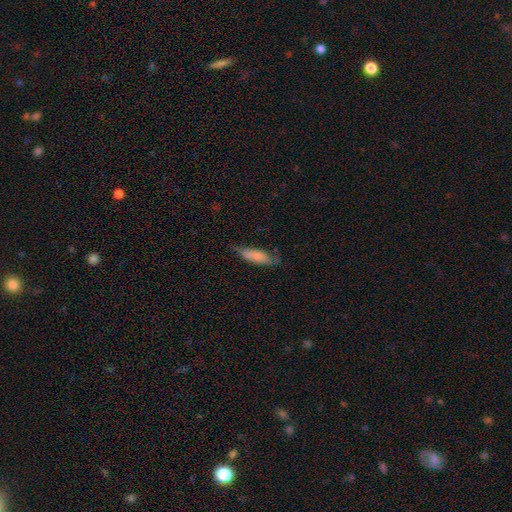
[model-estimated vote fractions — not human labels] This is likely a smooth galaxy (72%). How rounded: possibly cigar-shaped (52%). Merging: possibly none (59%).